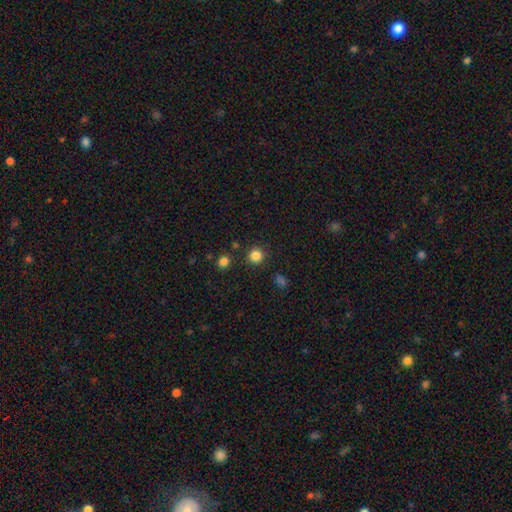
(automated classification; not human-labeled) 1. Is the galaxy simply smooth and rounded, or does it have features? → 83% smooth, 12% star or artifact, 4% featured or disk.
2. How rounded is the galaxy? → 93% round, 6% in between, 1% cigar-shaped.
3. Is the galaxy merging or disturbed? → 88% none, 6% minor disturbance, 4% merger, 3% major disturbance.